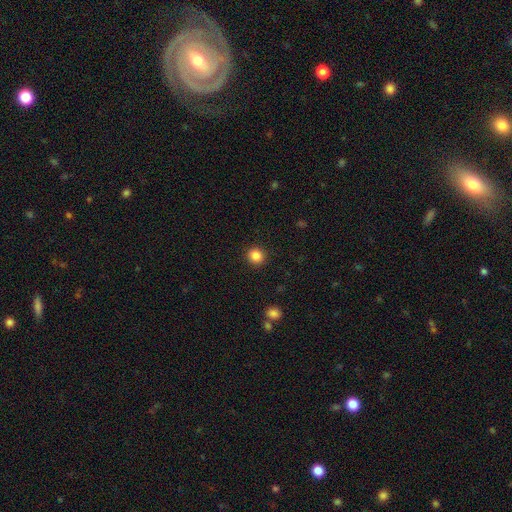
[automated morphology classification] smooth_or_featured: smooth (p=0.86) [alt: star or artifact p=0.11]
how_rounded: round (p=0.91) [alt: in between p=0.08]
merging: none (p=0.92) [alt: minor disturbance p=0.05]